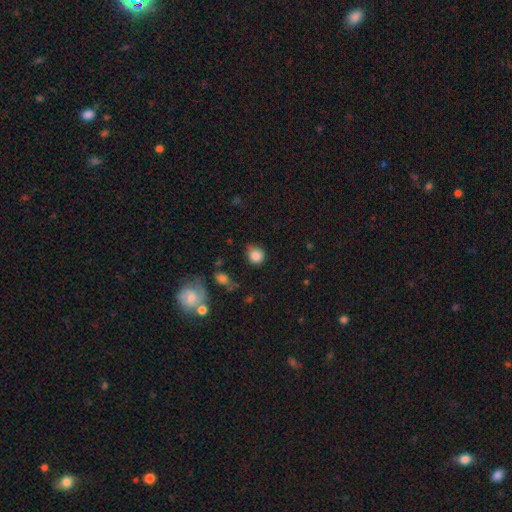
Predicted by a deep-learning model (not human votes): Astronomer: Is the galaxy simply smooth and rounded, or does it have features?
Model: smooth — 85%.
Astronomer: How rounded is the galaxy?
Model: round — 78%.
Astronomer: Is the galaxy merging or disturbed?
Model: none — 57%.